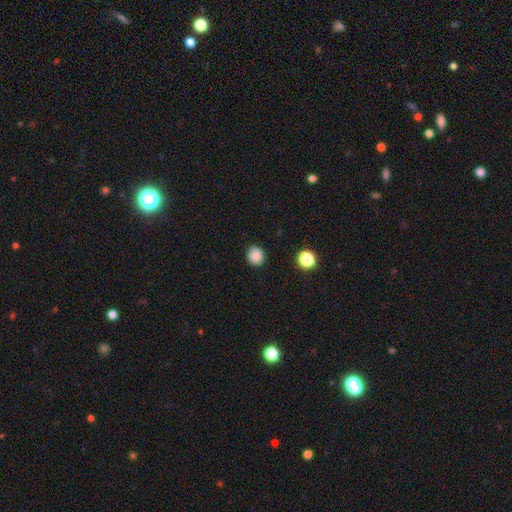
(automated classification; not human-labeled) smooth-or-featured: smooth: 85% | star or artifact: 10% | featured or disk: 4%
  how-rounded: round: 73% | in between: 26% | cigar-shaped: 1%
  merging: none: 84% | minor disturbance: 12% | major disturbance: 2% | merger: 1%